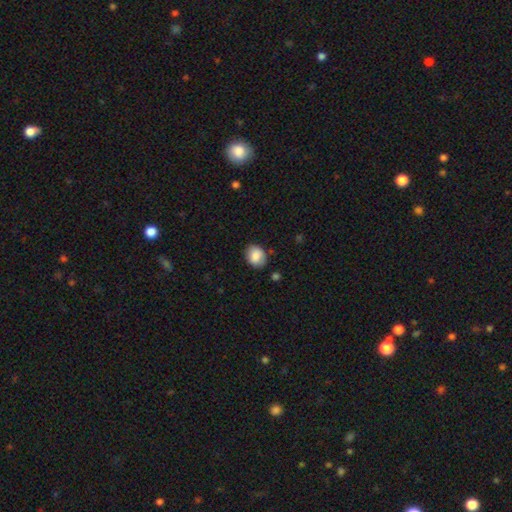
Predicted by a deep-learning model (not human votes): A smooth galaxy with no disk features (85%) that is round (51%).

Vote fractions:
- Smooth or featured? smooth: 85% / star or artifact: 8% / featured or disk: 7%
- How rounded? round: 51% / in between: 48% / cigar-shaped: 1%
- Merging? none: 80% / minor disturbance: 15% / major disturbance: 3% / merger: 2%